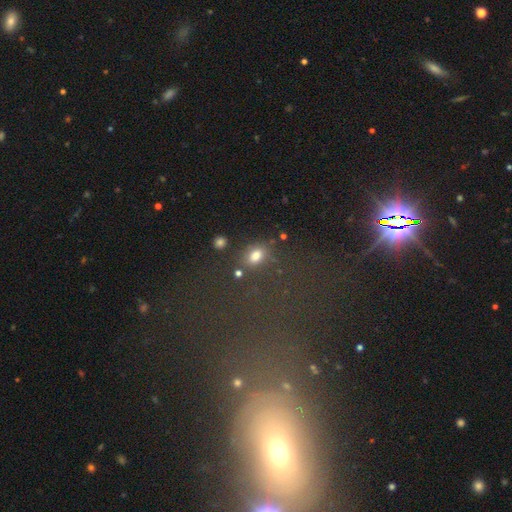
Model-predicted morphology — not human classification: Smooth or featured? Predicted: smooth (p=0.76). How rounded? Predicted: in between (p=0.75). Merging? Predicted: none (p=0.70).